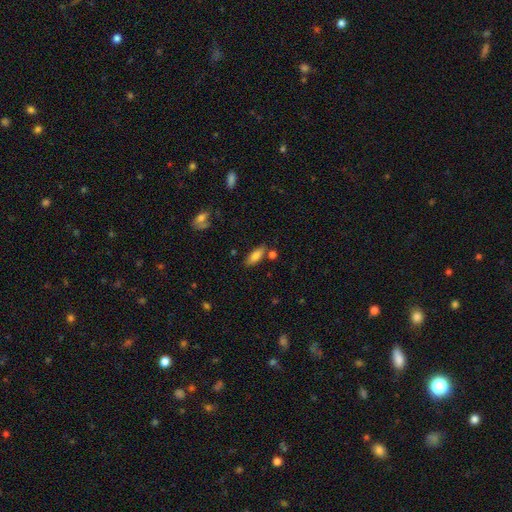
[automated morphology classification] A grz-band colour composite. It shows a smooth galaxy with no disk features (78%) that is in between round and cigar-shaped (71%). Merging: none (76%).